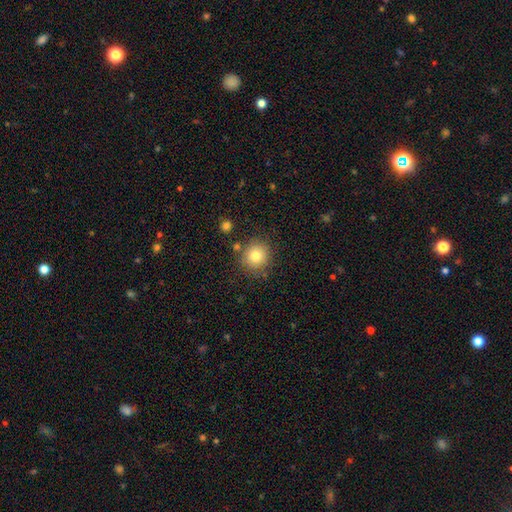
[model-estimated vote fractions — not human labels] A smooth galaxy with no disk features (81%) that is round (90%). Merging: none (81%).